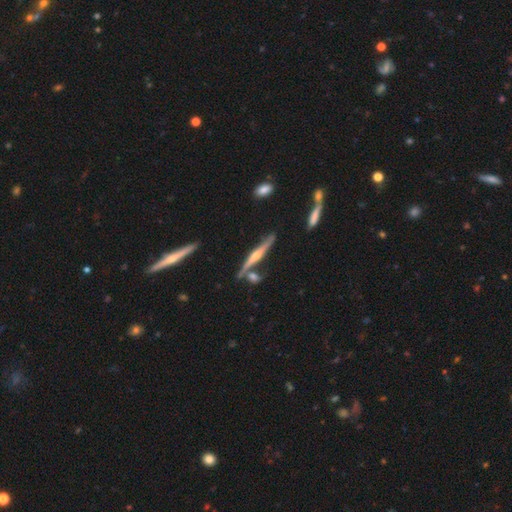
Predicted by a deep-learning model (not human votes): A featured or disk galaxy (77%) viewed edge-on (96%) with a rounded central bulge (90%). Merging: none (73%).